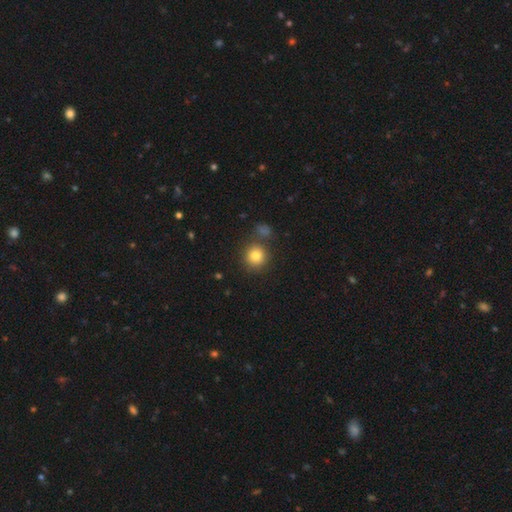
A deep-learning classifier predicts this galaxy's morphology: Smooth or featured?
  - smooth: 81% *
  - star or artifact: 11%
  - featured or disk: 8%
How rounded?
  - round: 91% *
  - in between: 8%
  - cigar-shaped: 1%
Merging?
  - none: 78% *
  - merger: 10%
  - minor disturbance: 9%
  - major disturbance: 3%